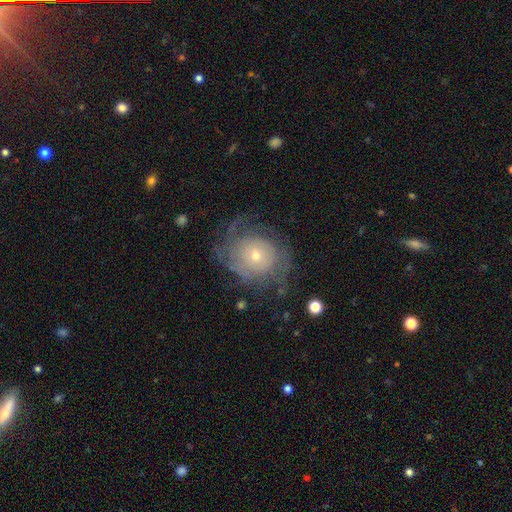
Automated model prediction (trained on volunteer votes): smooth-or-featured: featured or disk: 71% | smooth: 21% | star or artifact: 9%
  disk-edge-on: no: 97% | yes: 3%
    bar: no: 82% | weak: 15% | strong: 3%
    has-spiral-arms: yes: 83% | no: 17%
      spiral-winding: tight: 59% | medium: 28% | loose: 13%
      spiral-arm-count: can't tell: 48% | 2: 19% | 3: 13% | 4: 8% | 1: 6% | more than 4: 5%
    bulge-size: small: 61% | moderate: 34% | large: 3% | none: 1% | dominant: 1%
  merging: none: 62% | minor disturbance: 20% | major disturbance: 16% | merger: 1%